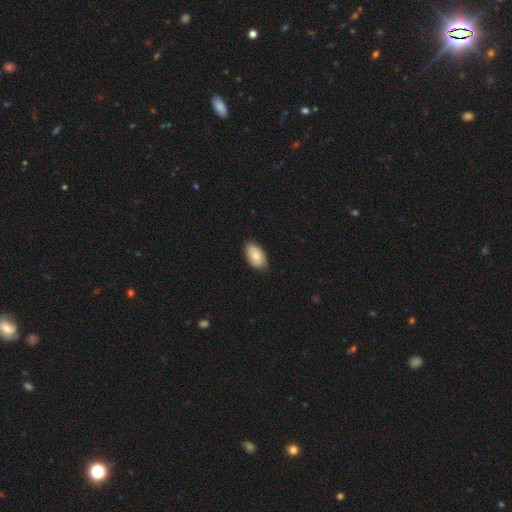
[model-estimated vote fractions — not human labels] smooth 80%, featured or disk 14%, star or artifact 6%. Down the decision tree: how rounded — in between (93%); merging — none (77%).